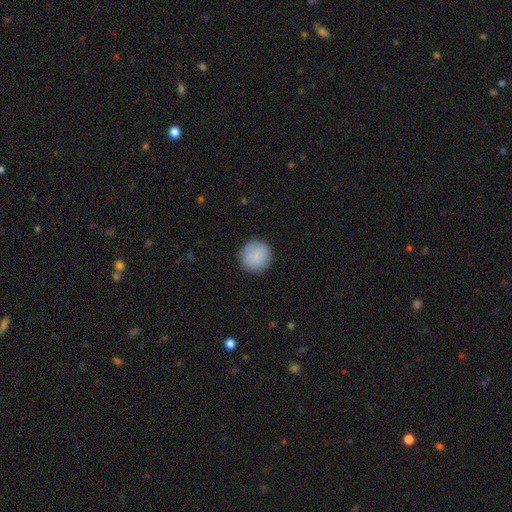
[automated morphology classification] This appears to be a smooth galaxy with no disk features (87%) that is round (95%). Merging: none (87%).